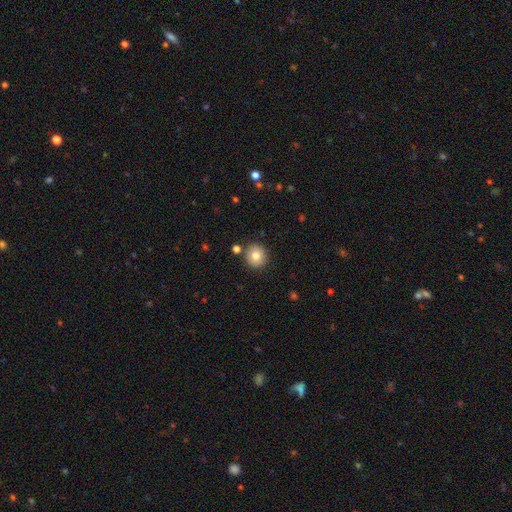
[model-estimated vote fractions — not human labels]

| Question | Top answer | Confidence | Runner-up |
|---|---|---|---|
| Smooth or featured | smooth | 81% | star or artifact (10%) |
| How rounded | round | 91% | in between (8%) |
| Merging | none | 86% | minor disturbance (7%) |